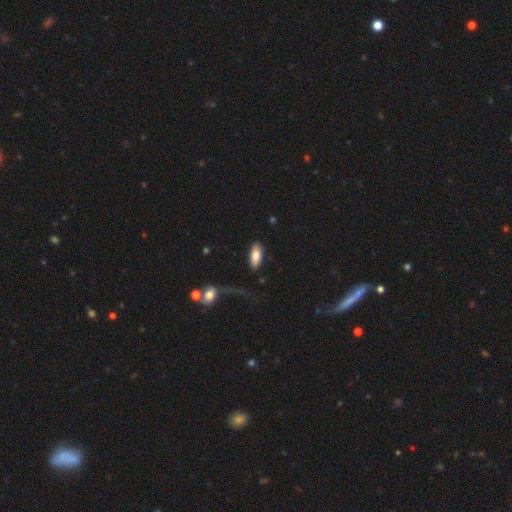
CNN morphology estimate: smooth_or_featured: smooth (p=0.83) [alt: featured or disk p=0.11]
how_rounded: in between (p=0.87) [alt: cigar-shaped p=0.11]
merging: none (p=0.80) [alt: minor disturbance p=0.12]